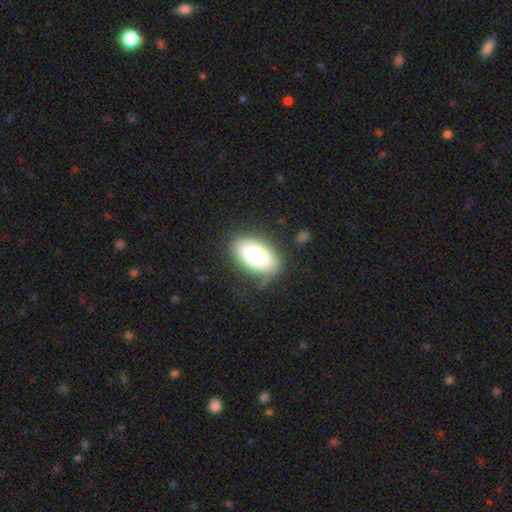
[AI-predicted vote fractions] smooth 78%, featured or disk 15%, star or artifact 7%. Down the decision tree: how rounded — in between (93%); merging — none (72%).